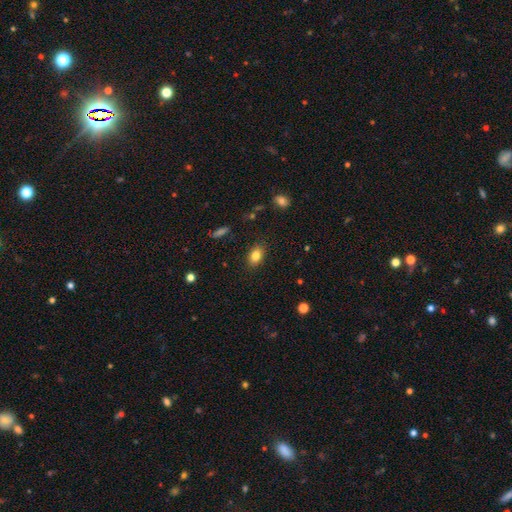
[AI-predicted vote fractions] A smooth galaxy with no disk features (82%) that is in between round and cigar-shaped (83%).

Vote fractions:
- Smooth or featured? smooth: 82% / star or artifact: 9% / featured or disk: 9%
- How rounded? in between: 83% / round: 15% / cigar-shaped: 2%
- Merging? none: 87% / minor disturbance: 9% / major disturbance: 2% / merger: 1%